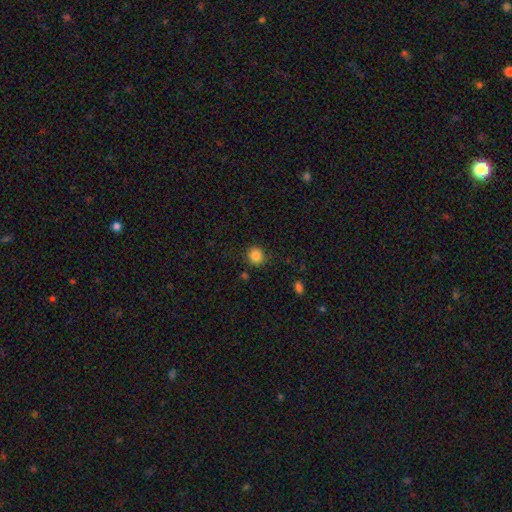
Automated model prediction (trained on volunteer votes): Morphology: type=smooth (85%); roundness=round (87%); merging=none (86%).